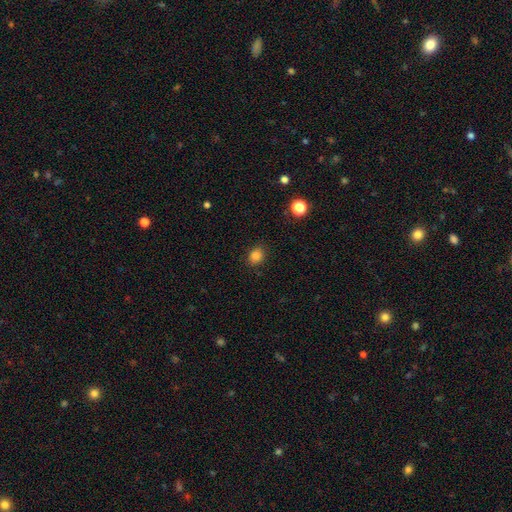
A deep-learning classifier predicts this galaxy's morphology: This appears to be a smooth galaxy with no disk features (83%) that is round (57%). Merging: none (87%).